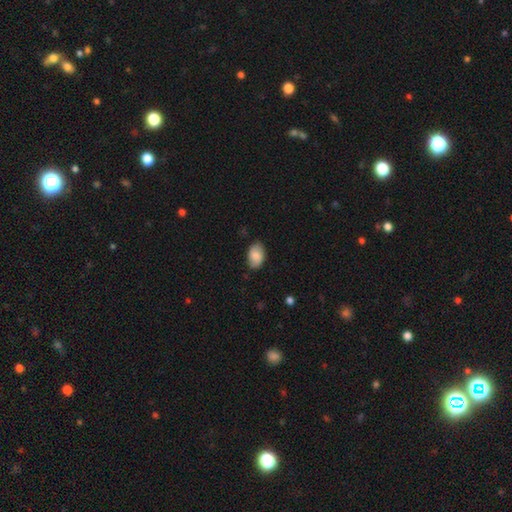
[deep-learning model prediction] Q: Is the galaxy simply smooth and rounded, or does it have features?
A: smooth — 79%.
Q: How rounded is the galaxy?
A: in between — 89%.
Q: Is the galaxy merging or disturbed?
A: none — 79%.